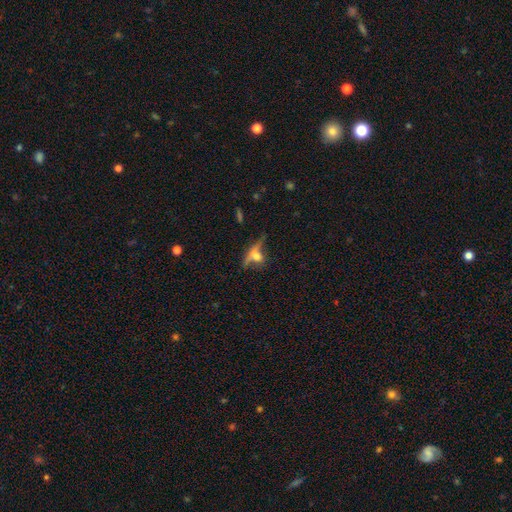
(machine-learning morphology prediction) This appears to be a featured or disk galaxy (43%). Merging: none (46%).